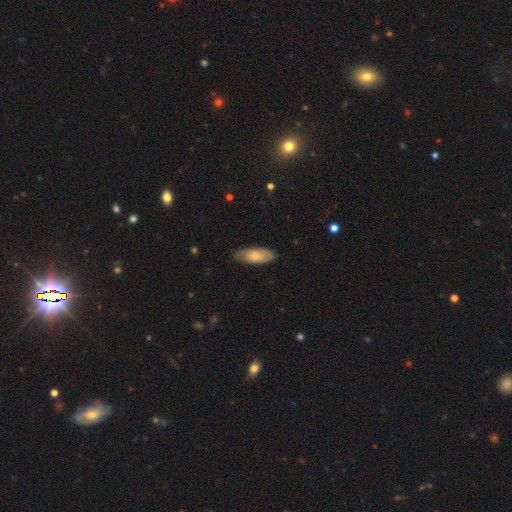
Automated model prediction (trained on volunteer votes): Smooth or featured?
  - smooth: 68% *
  - featured or disk: 27%
  - star or artifact: 6%
How rounded?
  - in between: 80% *
  - cigar-shaped: 18%
  - round: 2%
Merging?
  - none: 78% *
  - minor disturbance: 18%
  - major disturbance: 3%
  - merger: 1%